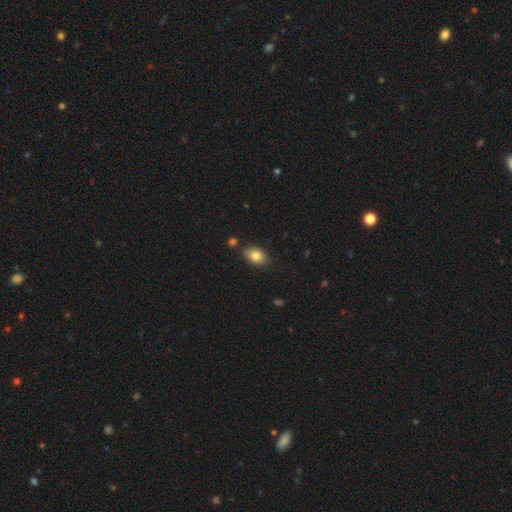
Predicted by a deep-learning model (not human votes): smooth 83%, featured or disk 9%, star or artifact 8%. Down the decision tree: how rounded — in between (84%); merging — none (80%).